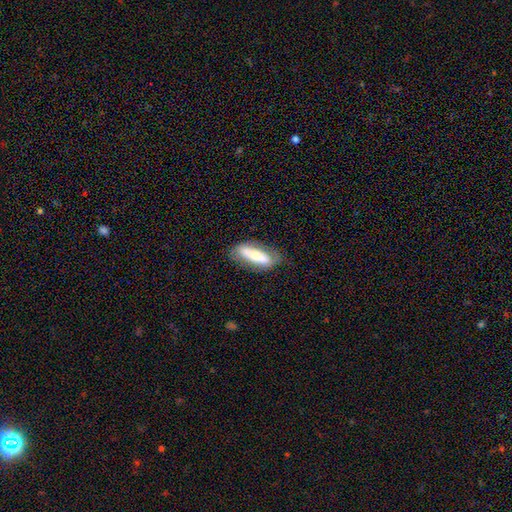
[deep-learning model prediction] Smooth or featured? smooth (57%)
How rounded? in between (55%)
Merging? none (71%)